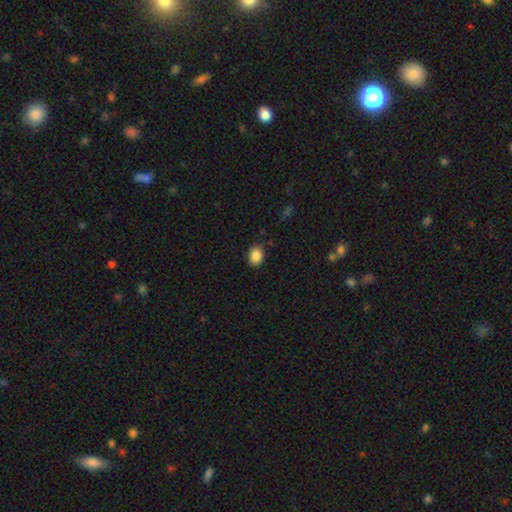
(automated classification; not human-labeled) A smooth galaxy with no disk features (87%) that is in between round and cigar-shaped (52%).

Vote fractions:
- Smooth or featured? smooth: 87% / star or artifact: 9% / featured or disk: 4%
- How rounded? in between: 52% / round: 47% / cigar-shaped: 1%
- Merging? none: 87% / minor disturbance: 9% / major disturbance: 2% / merger: 1%